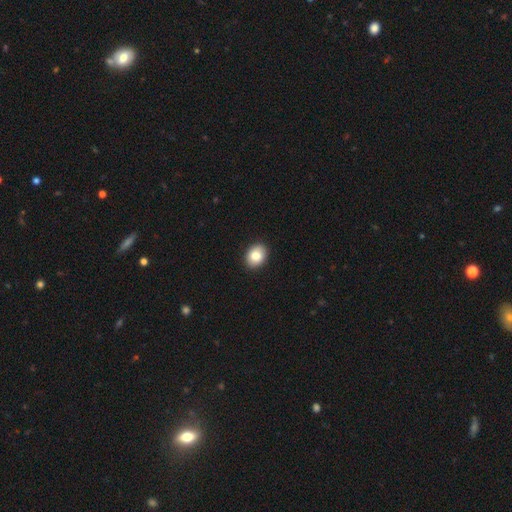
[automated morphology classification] Smooth or featured? smooth (83%)
How rounded? in between (63%)
Merging? none (91%)